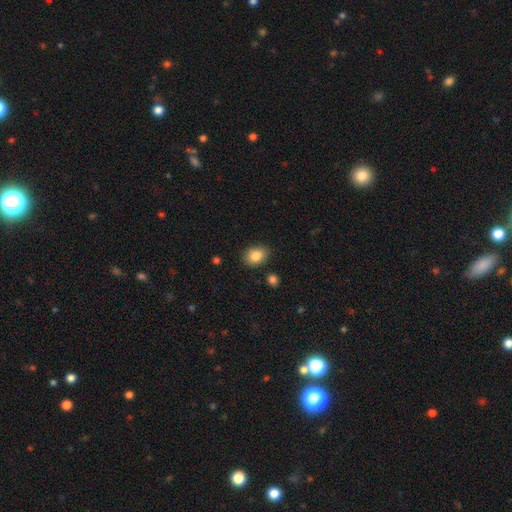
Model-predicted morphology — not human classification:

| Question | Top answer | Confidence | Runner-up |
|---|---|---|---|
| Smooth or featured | smooth | 85% | star or artifact (8%) |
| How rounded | in between | 67% | round (32%) |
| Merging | none | 84% | minor disturbance (11%) |